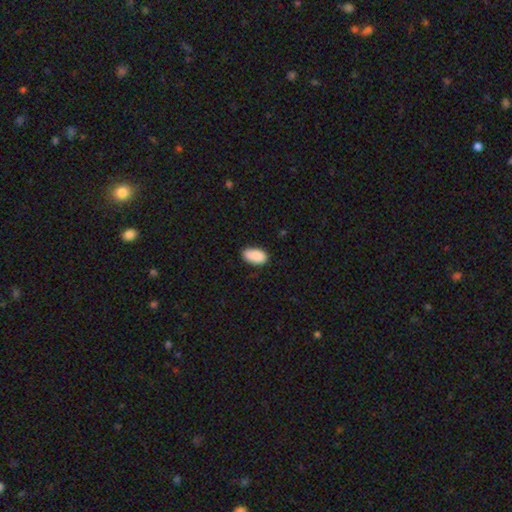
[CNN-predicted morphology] A smooth galaxy with no disk features (89%) that is in between round and cigar-shaped (95%).

Vote fractions:
- Smooth or featured? smooth: 89% / star or artifact: 7% / featured or disk: 5%
- How rounded? in between: 95% / round: 3% / cigar-shaped: 2%
- Merging? none: 79% / minor disturbance: 17% / major disturbance: 2% / merger: 1%